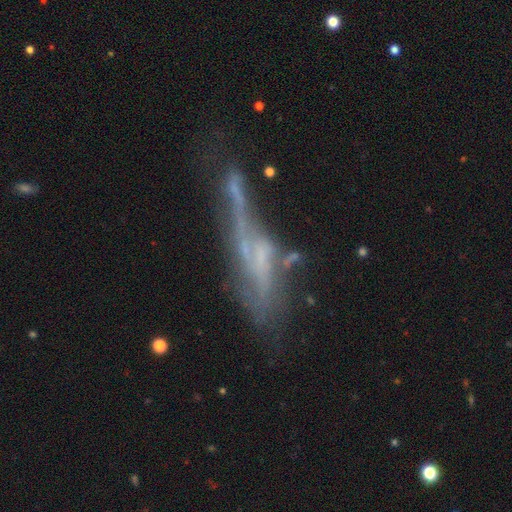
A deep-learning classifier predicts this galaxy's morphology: Smooth or featured?
  - featured or disk: 65% *
  - smooth: 23%
  - star or artifact: 12%
Edge-on disk?
  - yes: 58% *
  - no: 42%
Merging?
  - none: 33% *
  - major disturbance: 29%
  - minor disturbance: 23%
  - merger: 15%